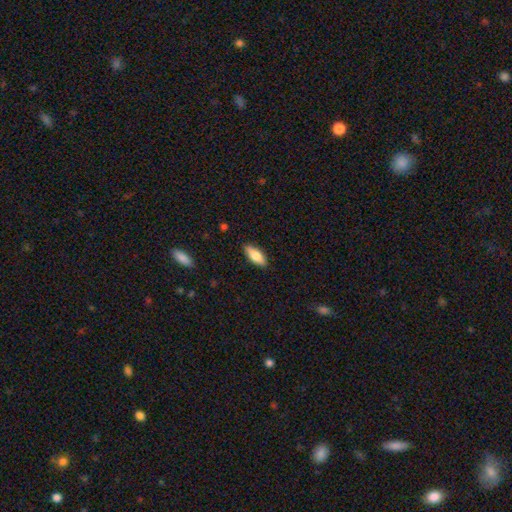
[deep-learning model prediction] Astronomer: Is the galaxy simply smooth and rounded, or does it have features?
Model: smooth — 78%.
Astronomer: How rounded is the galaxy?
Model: in between — 79%.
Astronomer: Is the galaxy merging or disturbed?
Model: none — 87%.